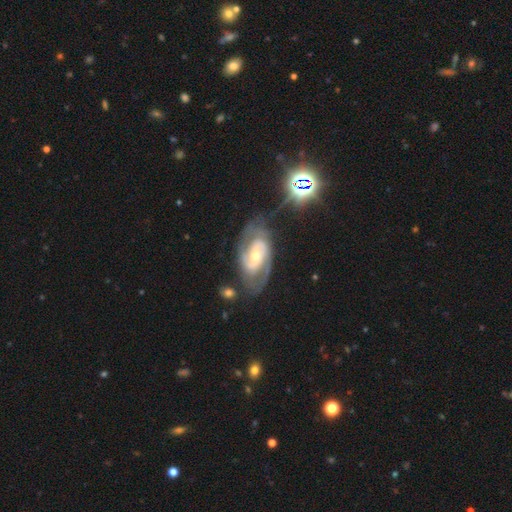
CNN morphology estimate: This is clearly a featured or disk galaxy (86%). It is clearly not viewed edge-on (96%). Bar: possibly no (45%). Spiral arm pattern: clearly yes (95%). Spiral arm count: likely 2 (72%). Spiral winding: marginally medium (44%). Central bulge: possibly moderate (49%). Merging: likely none (61%).